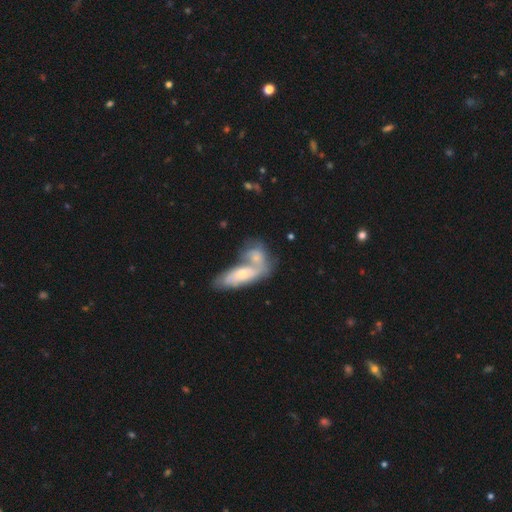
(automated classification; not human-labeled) This is possibly a smooth galaxy (52%). How rounded: likely in between (72%). Merging: likely merger (64%).